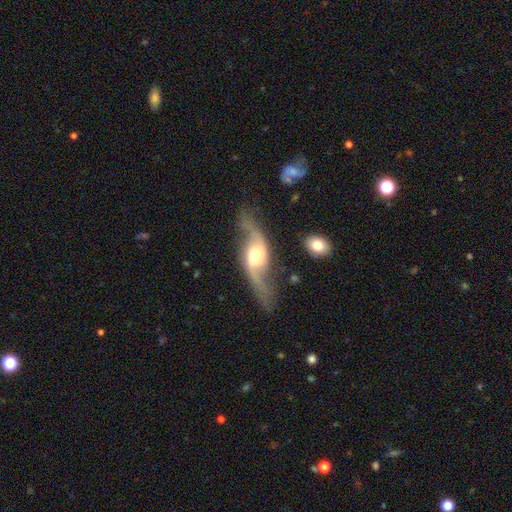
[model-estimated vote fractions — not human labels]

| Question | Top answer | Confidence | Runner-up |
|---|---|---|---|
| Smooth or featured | featured or disk | 86% | smooth (9%) |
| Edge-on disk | no | 91% | yes (9%) |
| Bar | no | 46% | weak (37%) |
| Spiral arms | yes | 95% | no (5%) |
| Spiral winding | loose | 81% | medium (15%) |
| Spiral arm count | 2 | 93% | 1 (2%) |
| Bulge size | moderate | 51% | small (31%) |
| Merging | none | 65% | minor disturbance (19%) |